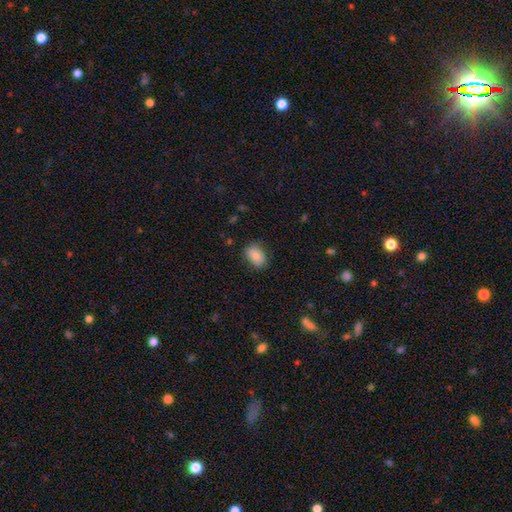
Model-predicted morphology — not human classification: A smooth galaxy with no disk features (80%) that is in between round and cigar-shaped (74%). Merging: none (80%).